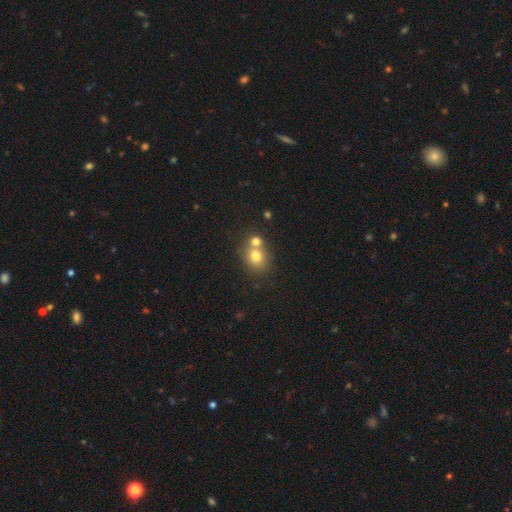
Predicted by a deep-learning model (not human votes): Smooth or featured? smooth (75%)
How rounded? round (67%)
Merging? none (45%, tied with merger)